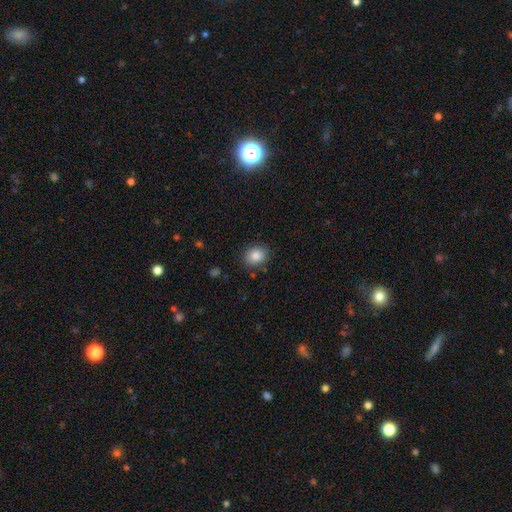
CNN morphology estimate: This is clearly a smooth galaxy (85%). How rounded: possibly round (58%). Merging: clearly none (86%).